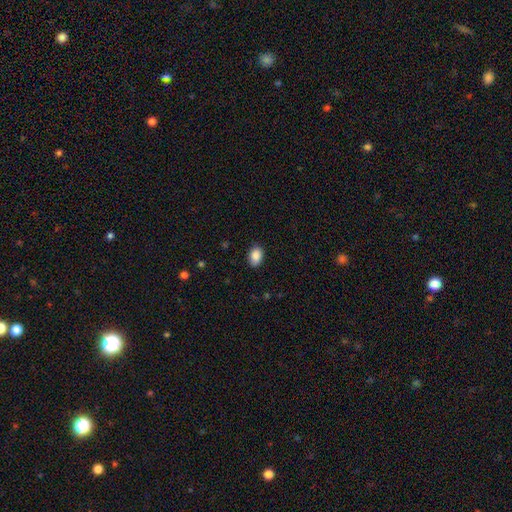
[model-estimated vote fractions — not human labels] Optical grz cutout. It shows a smooth galaxy with no disk features (89%) that is in between round and cigar-shaped (85%). Merging: none (86%).